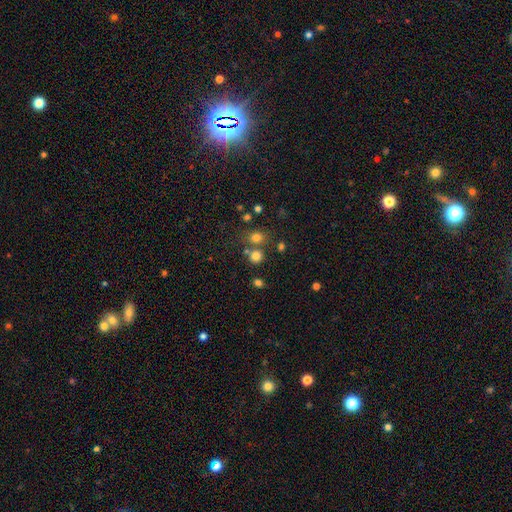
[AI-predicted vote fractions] Morphology: type=smooth (76%); roundness=round (85%); merging=none (68%).